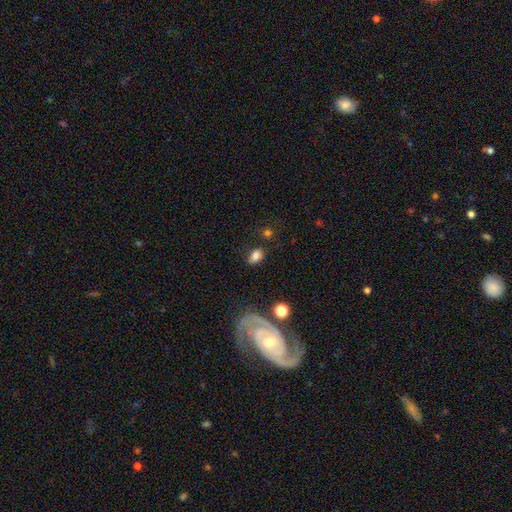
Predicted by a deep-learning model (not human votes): Q: Smooth or featured?
A: smooth (80%); runner-up: star or artifact (11%)
Q: How rounded?
A: in between (85%); runner-up: round (13%)
Q: Merging?
A: none (76%); runner-up: minor disturbance (14%)